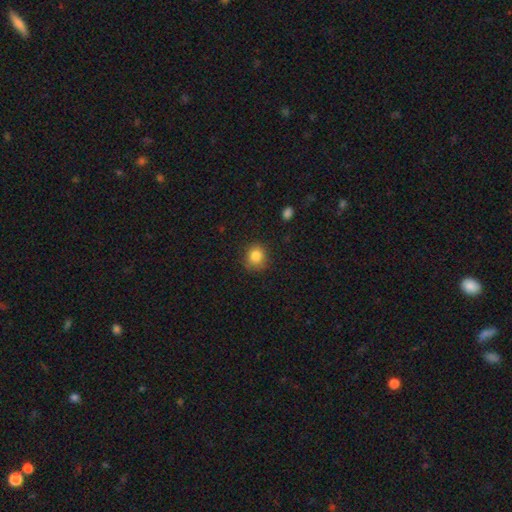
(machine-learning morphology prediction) Smooth or featured? Predicted: smooth (p=0.84). How rounded? Predicted: round (p=0.84). Merging? Predicted: none (p=0.80).